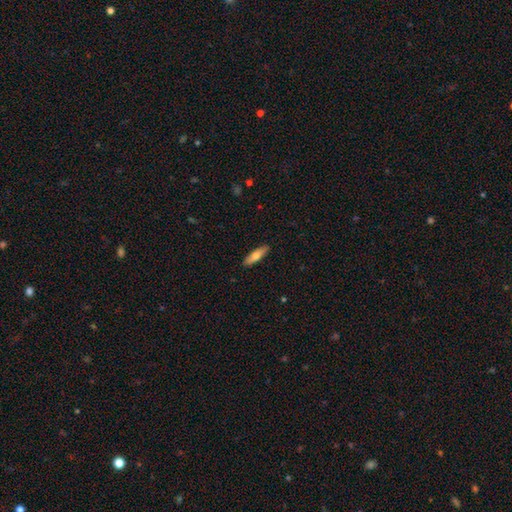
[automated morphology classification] type=smooth (68%); roundness=cigar-shaped (66%); merging=none (90%).